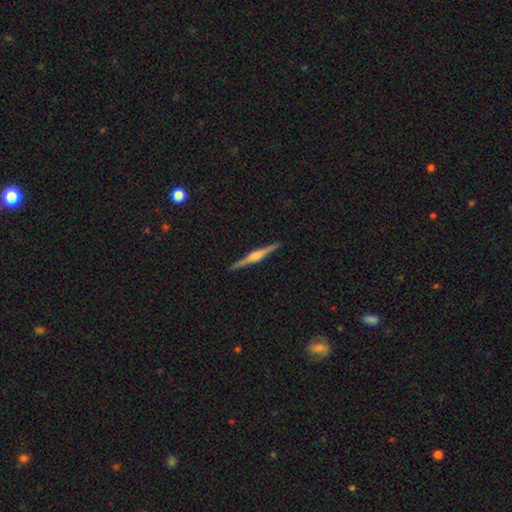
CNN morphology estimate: Smooth or featured? featured or disk (77%)
Edge-on disk? yes (98%)
Edge-on bulge? rounded (71%)
Merging? none (92%)